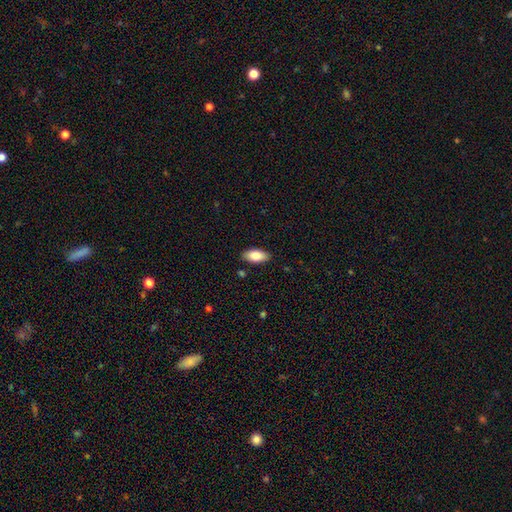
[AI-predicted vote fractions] Smooth or featured? Predicted: smooth (p=0.82). How rounded? Predicted: in between (p=0.91). Merging? Predicted: none (p=0.88).